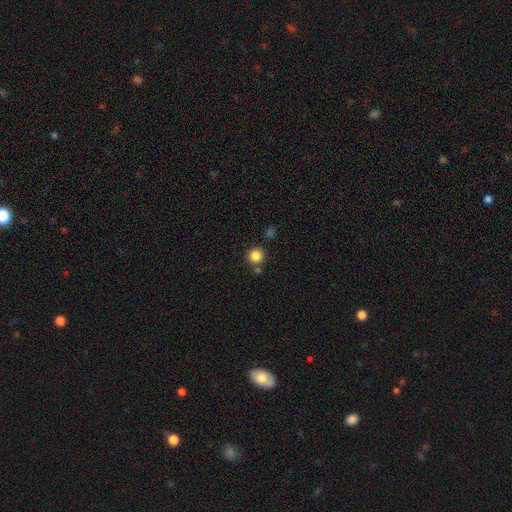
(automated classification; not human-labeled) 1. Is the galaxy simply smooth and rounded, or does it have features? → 84% smooth, 12% star or artifact, 4% featured or disk.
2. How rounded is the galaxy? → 94% round, 5% in between, 1% cigar-shaped.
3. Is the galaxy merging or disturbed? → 79% none, 10% merger, 8% minor disturbance, 3% major disturbance.